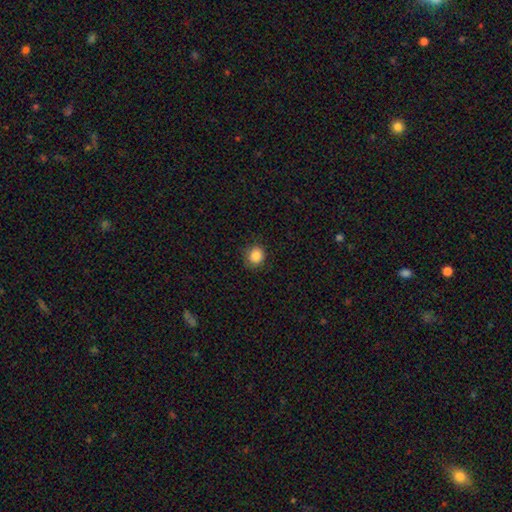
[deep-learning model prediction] Overall: smooth (85%). How rounded: round (85%). Merging: none (87%).